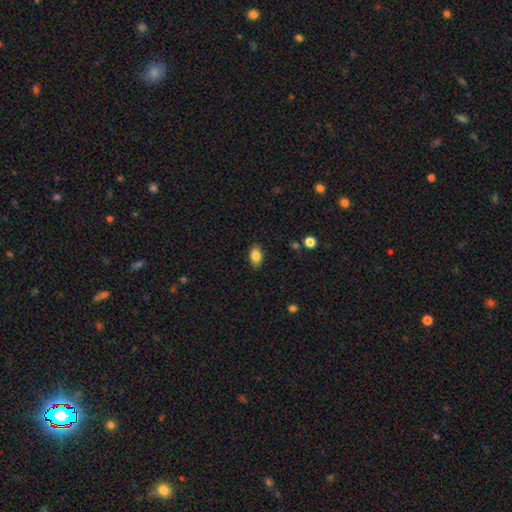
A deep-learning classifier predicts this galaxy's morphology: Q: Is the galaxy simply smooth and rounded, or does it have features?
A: smooth — 85%.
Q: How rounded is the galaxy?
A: in between — 89%.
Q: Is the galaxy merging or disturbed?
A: none — 87%.